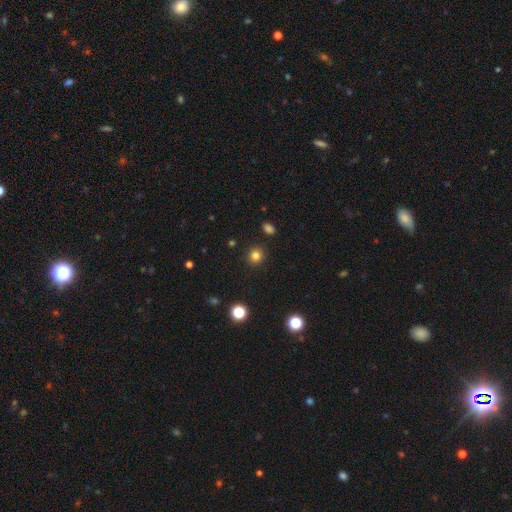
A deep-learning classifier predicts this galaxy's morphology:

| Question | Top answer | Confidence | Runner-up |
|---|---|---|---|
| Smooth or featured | smooth | 81% | star or artifact (14%) |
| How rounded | round | 91% | in between (8%) |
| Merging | none | 91% | minor disturbance (6%) |